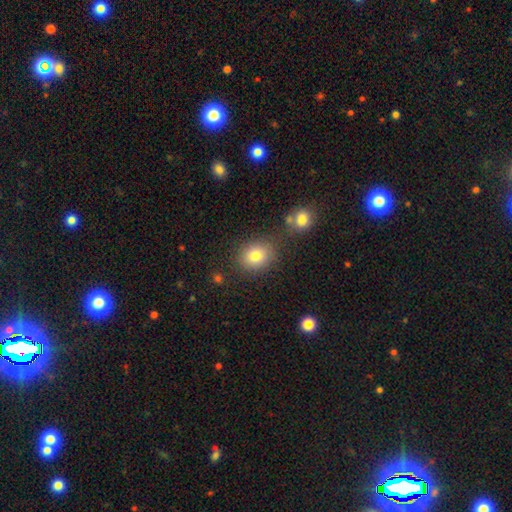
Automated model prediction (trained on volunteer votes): A smooth galaxy with no disk features (80%) that is round (57%).

Vote fractions:
- Smooth or featured? smooth: 80% / star or artifact: 11% / featured or disk: 9%
- How rounded? round: 57% / in between: 42% / cigar-shaped: 1%
- Merging? none: 75% / minor disturbance: 12% / merger: 9% / major disturbance: 4%